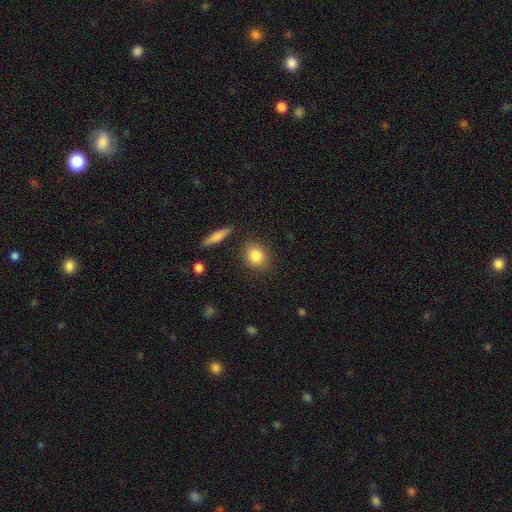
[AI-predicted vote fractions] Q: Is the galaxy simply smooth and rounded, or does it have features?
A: smooth — 84%.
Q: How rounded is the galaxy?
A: round — 66%.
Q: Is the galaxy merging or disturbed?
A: none — 85%.